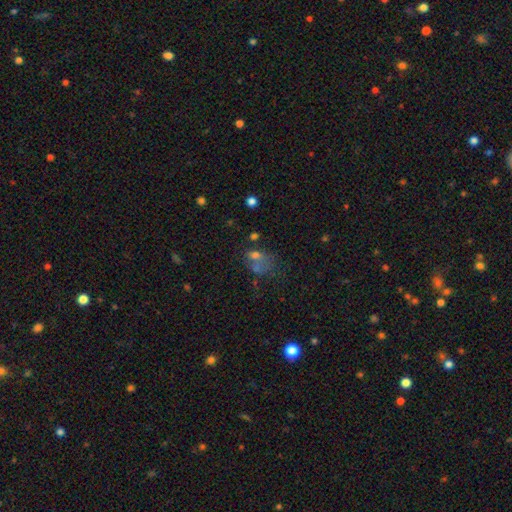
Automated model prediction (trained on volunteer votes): Smooth or featured? smooth (54%)
How rounded? in between (58%)
Merging? merger (34%)